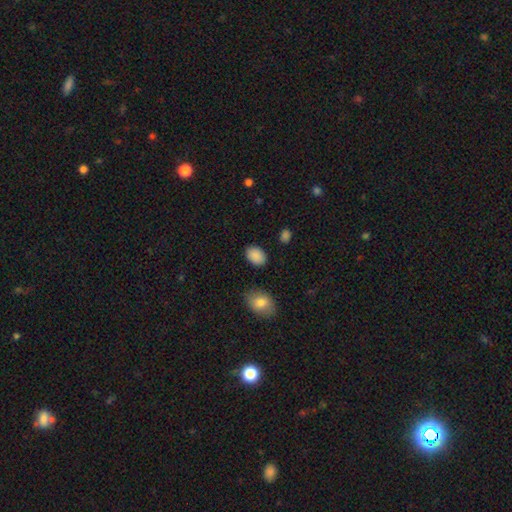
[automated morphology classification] This appears to be a smooth galaxy with no disk features (89%) that is in between round and cigar-shaped (83%). Merging: none (87%).